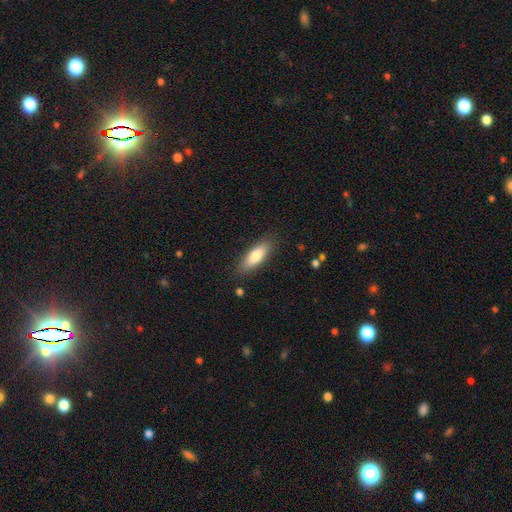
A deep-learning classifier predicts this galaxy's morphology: Smooth or featured: smooth — 77% (featured or disk — 17%)
How rounded: in between — 60% (cigar-shaped — 38%)
Merging: none — 86% (minor disturbance — 11%)